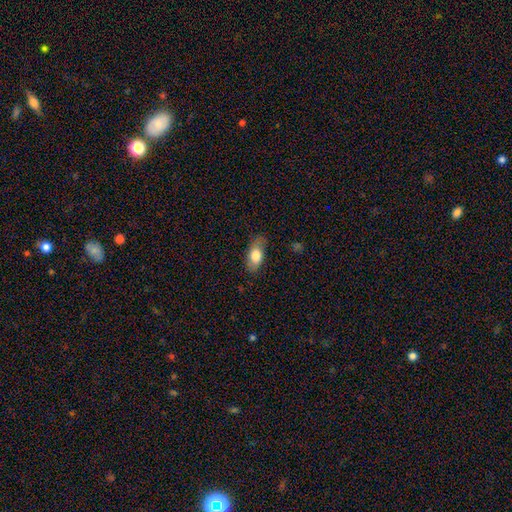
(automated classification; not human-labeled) Smooth or featured: smooth — 77% (featured or disk — 17%)
How rounded: in between — 87% (cigar-shaped — 8%)
Merging: none — 77% (minor disturbance — 18%)